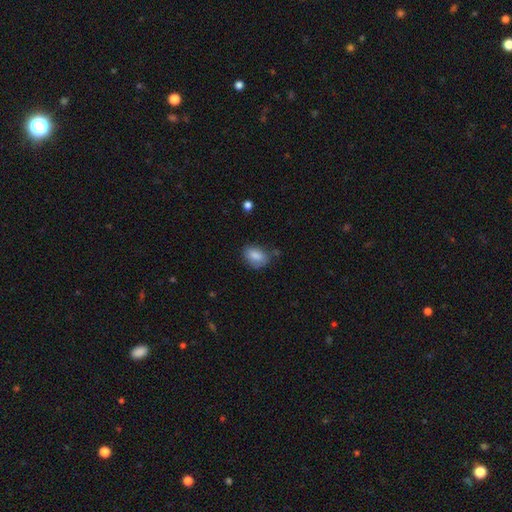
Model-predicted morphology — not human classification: Overall: smooth (84%). How rounded: in between (81%). Merging: none (65%).